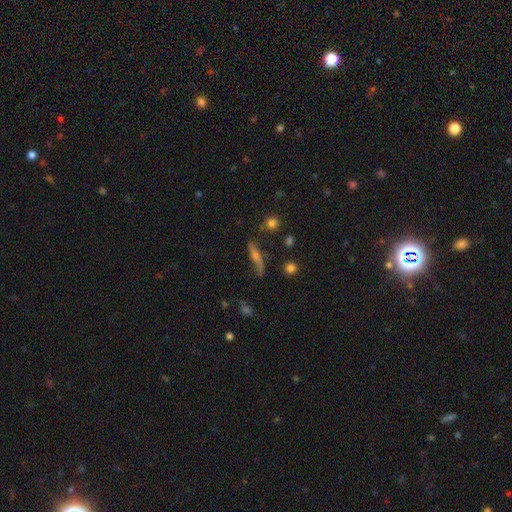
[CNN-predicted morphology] Smooth or featured? Predicted: featured or disk (p=0.44). Merging? Predicted: none (p=0.59).